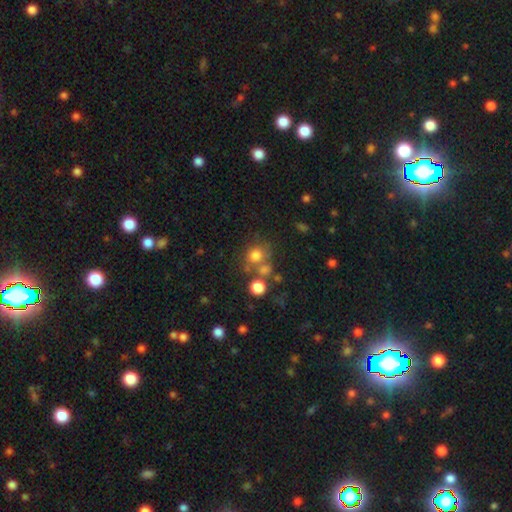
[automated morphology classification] Smooth or featured? smooth (73%)
How rounded? round (80%)
Merging? none (55%)